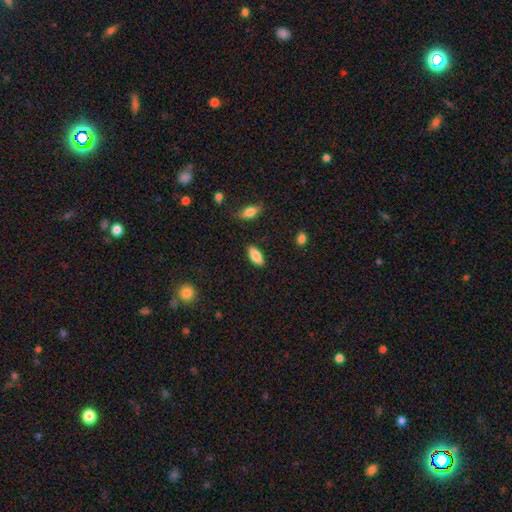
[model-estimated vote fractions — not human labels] Q: Smooth or featured?
A: smooth (82%); runner-up: featured or disk (11%)
Q: How rounded?
A: in between (81%); runner-up: cigar-shaped (17%)
Q: Merging?
A: none (87%); runner-up: minor disturbance (9%)